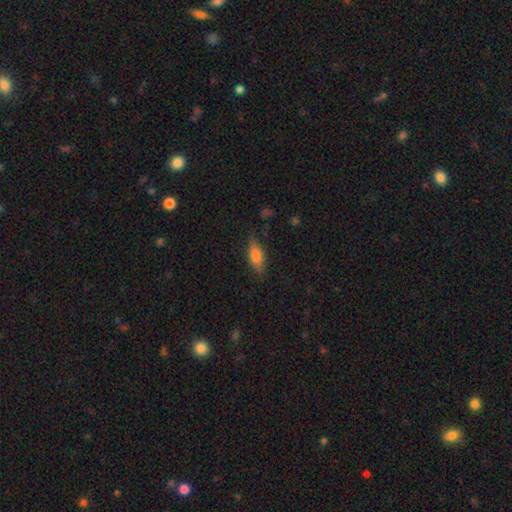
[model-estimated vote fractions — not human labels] smooth-or-featured: smooth: 69% | featured or disk: 23% | star or artifact: 9%
  how-rounded: in between: 72% | cigar-shaped: 24% | round: 4%
  merging: none: 76% | minor disturbance: 18% | major disturbance: 5% | merger: 1%